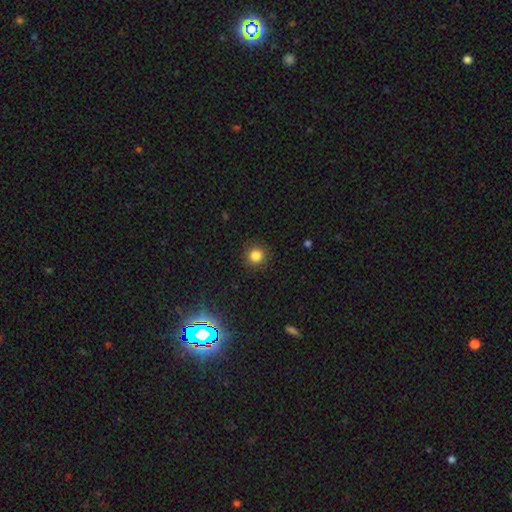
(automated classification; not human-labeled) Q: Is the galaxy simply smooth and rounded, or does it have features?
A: smooth — 83%.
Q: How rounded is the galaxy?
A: round — 93%.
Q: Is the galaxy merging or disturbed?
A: none — 89%.